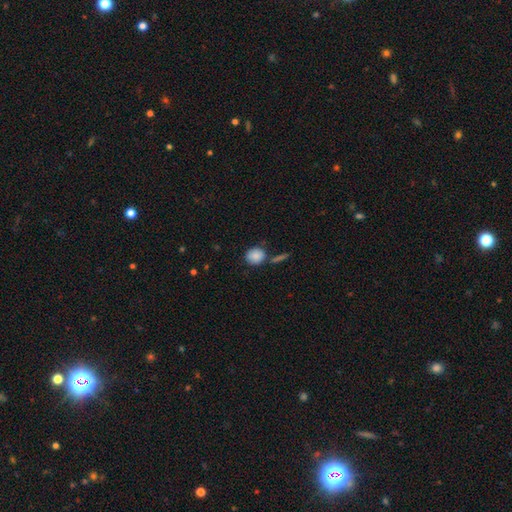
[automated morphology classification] A smooth galaxy with no disk features (86%) that is round (74%).

Vote fractions:
- Smooth or featured? smooth: 86% / star or artifact: 8% / featured or disk: 6%
- How rounded? round: 74% / in between: 24% / cigar-shaped: 2%
- Merging? none: 68% / minor disturbance: 15% / merger: 13% / major disturbance: 4%